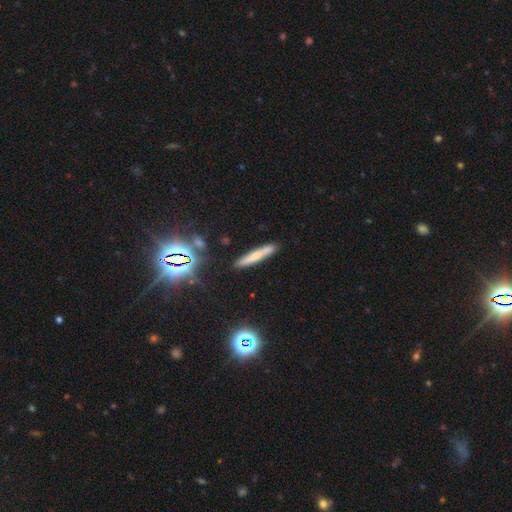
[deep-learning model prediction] smooth-or-featured: smooth: 59% | featured or disk: 28% | star or artifact: 13%
  how-rounded: cigar-shaped: 92% | in between: 6% | round: 2%
  merging: none: 83% | minor disturbance: 10% | merger: 4% | major disturbance: 2%